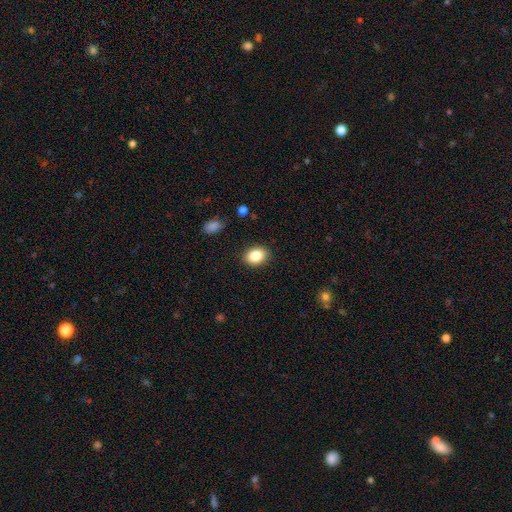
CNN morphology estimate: The model was most divided on "how rounded": in between: 70%, round: 29%, cigar-shaped: 1%. More confident: merging — none (88%); smooth or featured — smooth (87%).